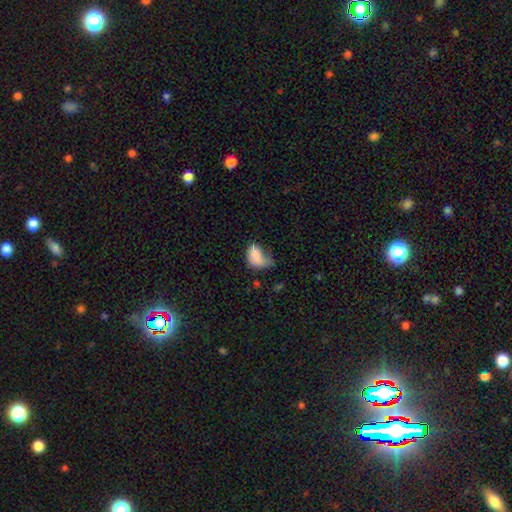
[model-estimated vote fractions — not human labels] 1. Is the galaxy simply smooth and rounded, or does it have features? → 77% smooth, 15% featured or disk, 8% star or artifact.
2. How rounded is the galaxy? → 89% in between, 10% round, 2% cigar-shaped.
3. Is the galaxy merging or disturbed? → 42% major disturbance, 31% minor disturbance, 21% none, 6% merger.